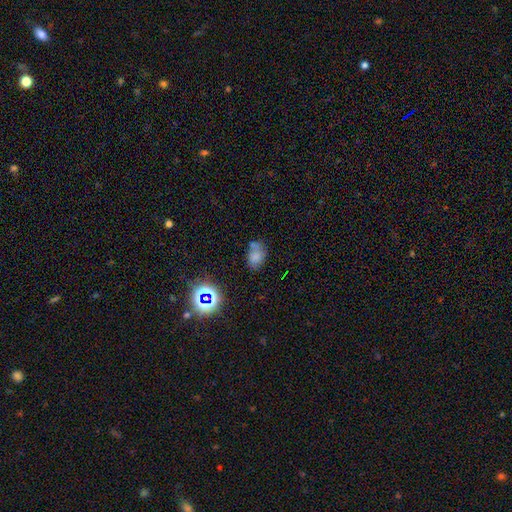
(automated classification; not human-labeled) Q: Smooth or featured?
A: smooth (67%); runner-up: star or artifact (19%)
Q: How rounded?
A: in between (77%); runner-up: round (22%)
Q: Merging?
A: none (47%); runner-up: merger (23%)